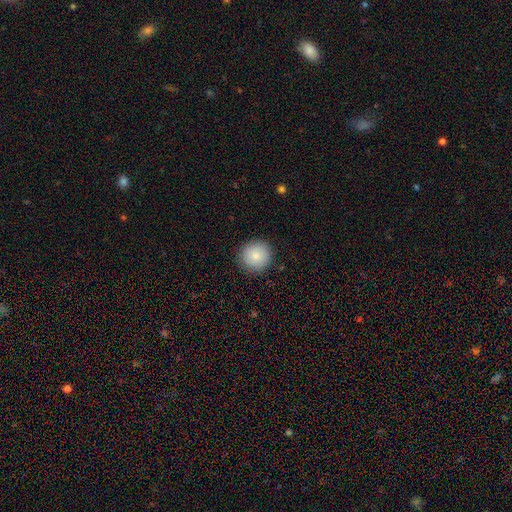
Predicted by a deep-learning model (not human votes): Smooth or featured: smooth — 84% (star or artifact — 8%)
How rounded: round — 94% (in between — 5%)
Merging: none — 91% (minor disturbance — 6%)